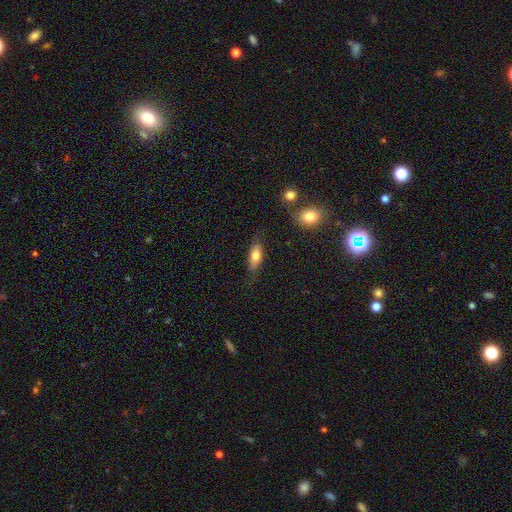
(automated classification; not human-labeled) smooth_or_featured: smooth (p=0.72) [alt: featured or disk p=0.21]
how_rounded: in between (p=0.70) [alt: cigar-shaped p=0.26]
merging: none (p=0.74) [alt: minor disturbance p=0.18]